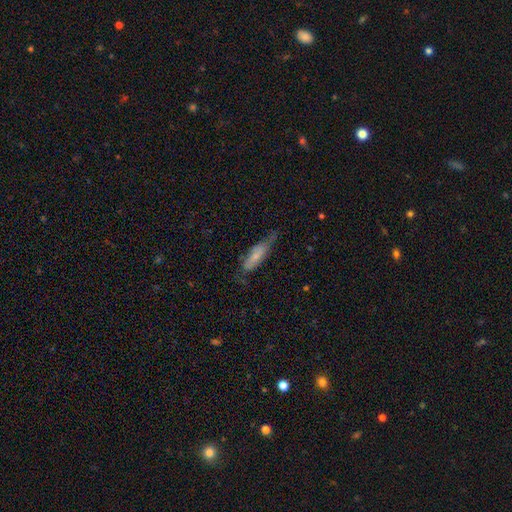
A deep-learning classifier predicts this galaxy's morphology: Smooth or featured?
  - smooth: 58% *
  - featured or disk: 35%
  - star or artifact: 7%
How rounded?
  - cigar-shaped: 57% *
  - in between: 41%
  - round: 2%
Merging?
  - none: 48% *
  - minor disturbance: 36%
  - major disturbance: 14%
  - merger: 2%